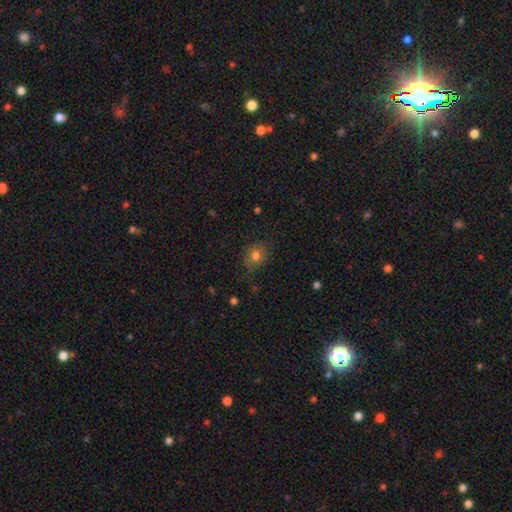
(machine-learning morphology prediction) A smooth galaxy with no disk features (76%) that is round (60%). Merging: none (73%).